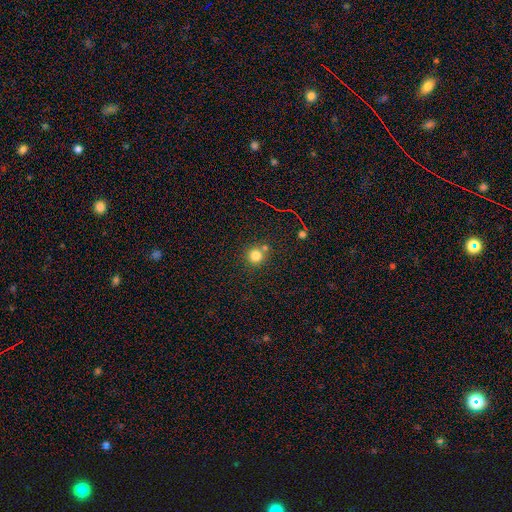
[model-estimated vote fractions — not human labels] smooth_or_featured: smooth (p=0.79) [alt: star or artifact p=0.14]
how_rounded: round (p=0.94) [alt: in between p=0.06]
merging: none (p=0.71) [alt: merger p=0.19]